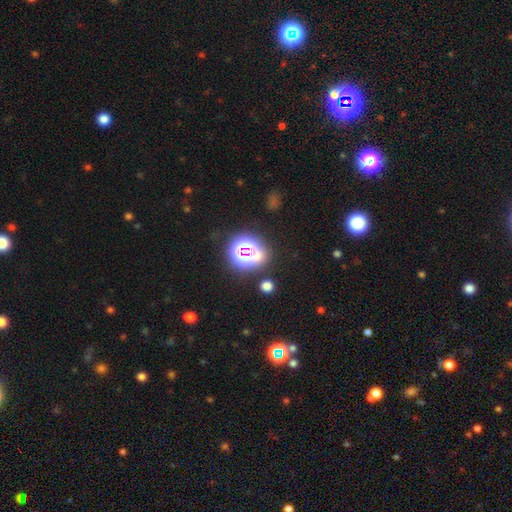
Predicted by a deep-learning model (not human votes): Smooth or featured? star or artifact (61%)